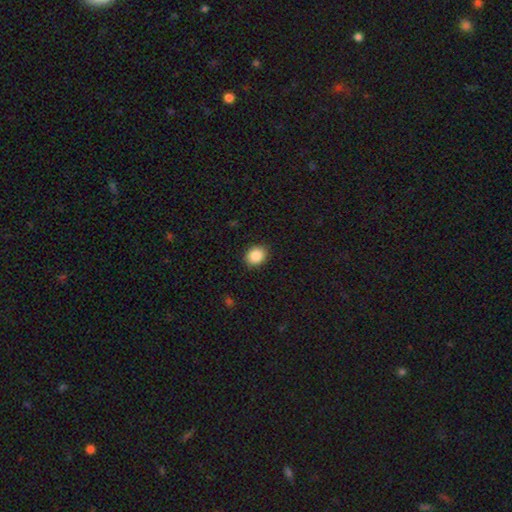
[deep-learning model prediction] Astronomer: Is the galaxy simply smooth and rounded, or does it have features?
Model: smooth — 88%.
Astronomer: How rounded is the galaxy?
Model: round — 59% (runner-up: in between, 40%).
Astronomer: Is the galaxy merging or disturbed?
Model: none — 89%.